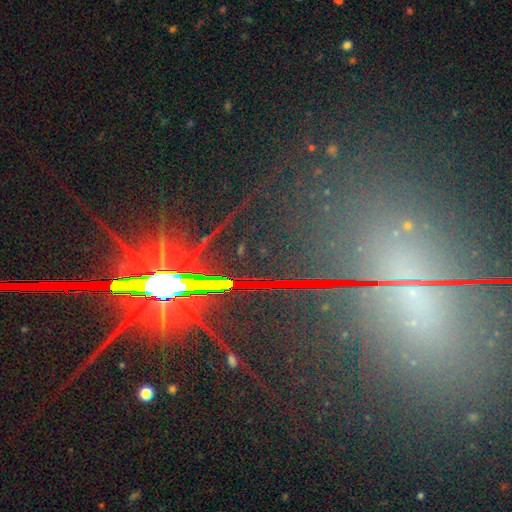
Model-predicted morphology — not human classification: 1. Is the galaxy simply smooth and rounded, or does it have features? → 71% star or artifact, 16% featured or disk, 12% smooth.